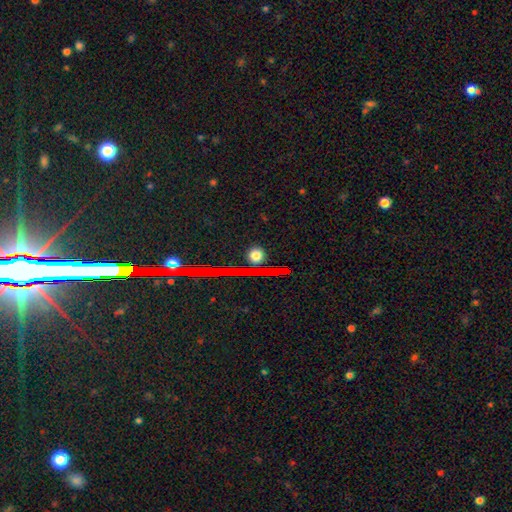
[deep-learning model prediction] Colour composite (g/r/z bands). It shows a smooth galaxy with no disk features (63%) that is round (87%). Merging: none (88%).